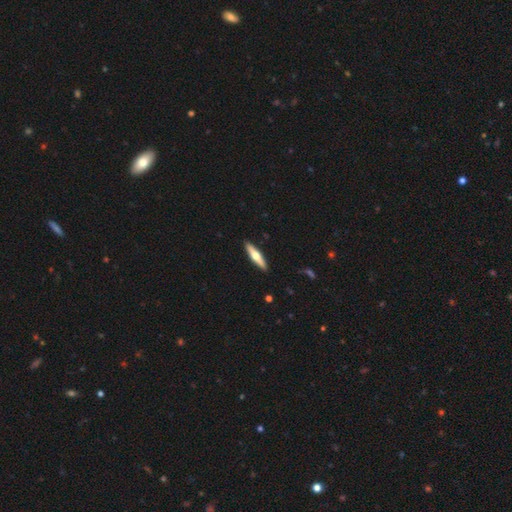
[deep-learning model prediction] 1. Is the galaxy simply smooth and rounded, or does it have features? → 55% featured or disk, 40% smooth, 5% star or artifact.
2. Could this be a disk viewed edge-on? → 94% yes, 6% no.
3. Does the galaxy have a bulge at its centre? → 94% rounded, 3% none, 2% boxy.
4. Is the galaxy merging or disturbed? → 92% none, 6% minor disturbance, 1% major disturbance, 1% merger.